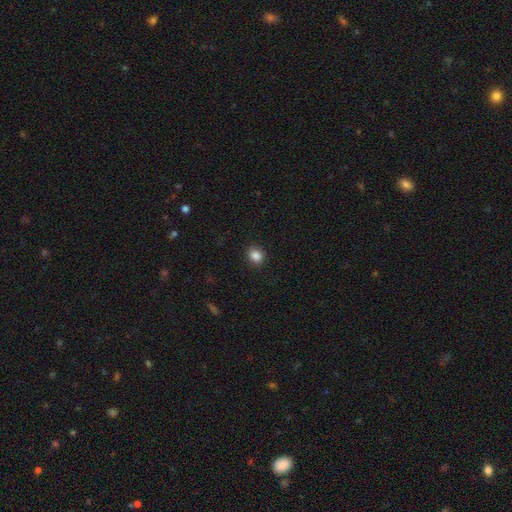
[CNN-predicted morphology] Smooth or featured? smooth (86%)
How rounded? round (62%)
Merging? none (90%)